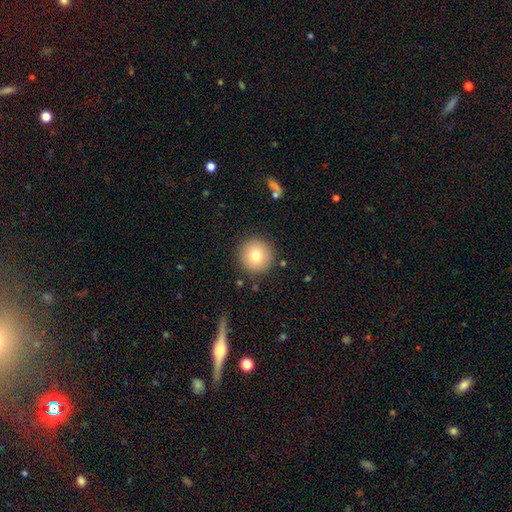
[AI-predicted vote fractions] Overall: smooth (77%). How rounded: round (96%). Merging: none (89%).